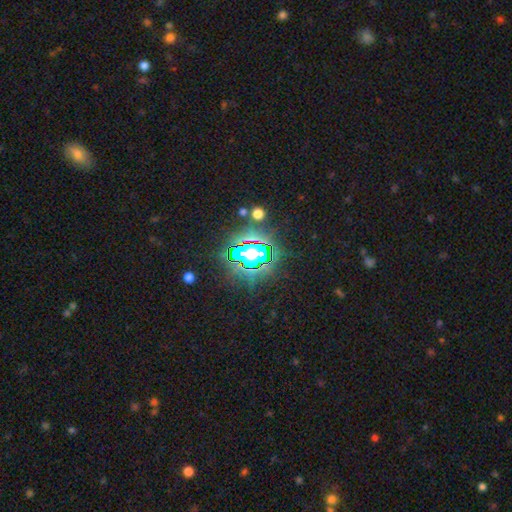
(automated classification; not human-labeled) smooth-or-featured: star or artifact: 80% | smooth: 12% | featured or disk: 8%